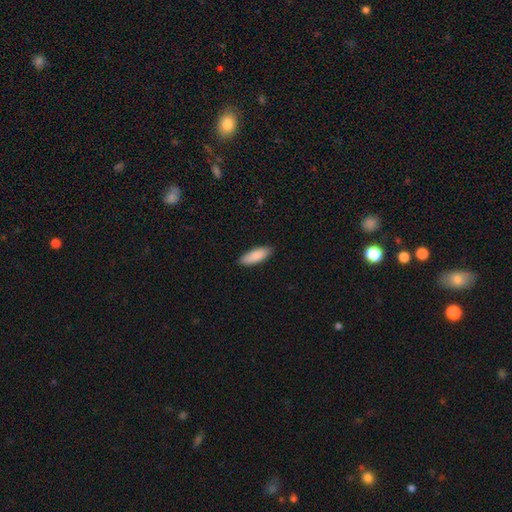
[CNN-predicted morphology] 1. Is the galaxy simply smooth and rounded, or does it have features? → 88% smooth, 7% featured or disk, 5% star or artifact.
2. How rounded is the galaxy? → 69% in between, 29% cigar-shaped, 2% round.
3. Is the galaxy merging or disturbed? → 89% none, 9% minor disturbance, 2% major disturbance, 1% merger.